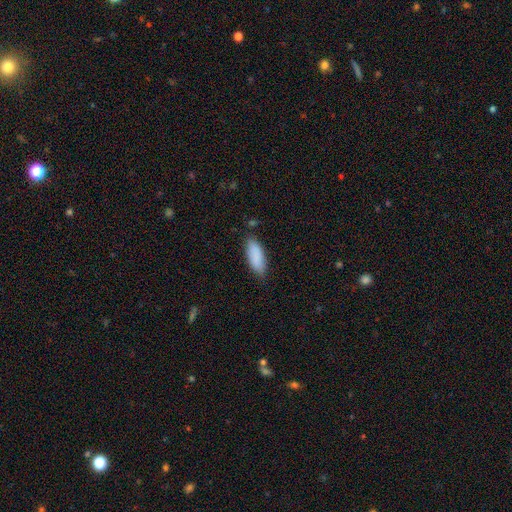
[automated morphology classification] The model was most divided on "how rounded": in between: 73%, cigar-shaped: 26%, round: 2%. More confident: smooth or featured — smooth (88%); merging — none (79%).